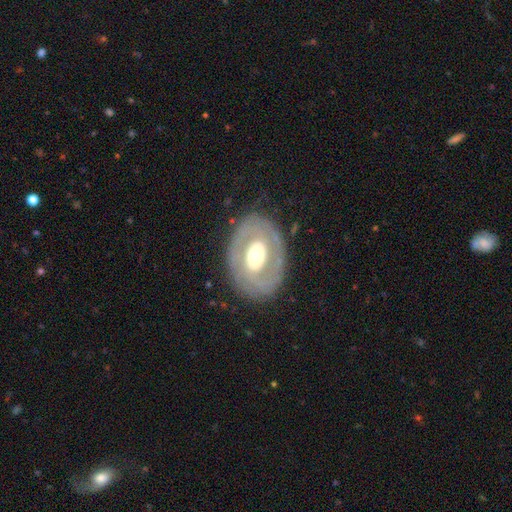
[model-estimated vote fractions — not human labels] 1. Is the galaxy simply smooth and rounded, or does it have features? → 71% featured or disk, 24% smooth, 5% star or artifact.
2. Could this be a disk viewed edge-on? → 95% no, 5% yes.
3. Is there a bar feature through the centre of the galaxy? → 58% no, 27% weak, 14% strong.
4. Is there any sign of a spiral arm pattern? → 52% no, 48% yes.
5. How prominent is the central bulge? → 63% moderate, 24% large, 10% small, 2% dominant, 1% none.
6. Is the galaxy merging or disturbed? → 79% none, 13% minor disturbance, 6% major disturbance, 1% merger.